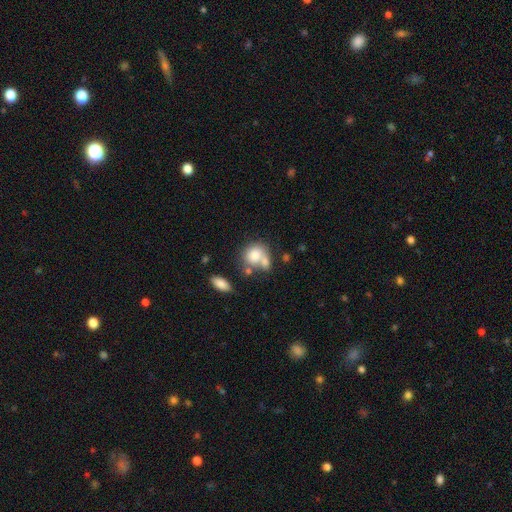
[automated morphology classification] smooth-or-featured: smooth: 79% | featured or disk: 12% | star or artifact: 9%
  how-rounded: round: 65% | in between: 34% | cigar-shaped: 1%
  merging: merger: 40% | none: 39% | minor disturbance: 13% | major disturbance: 8%